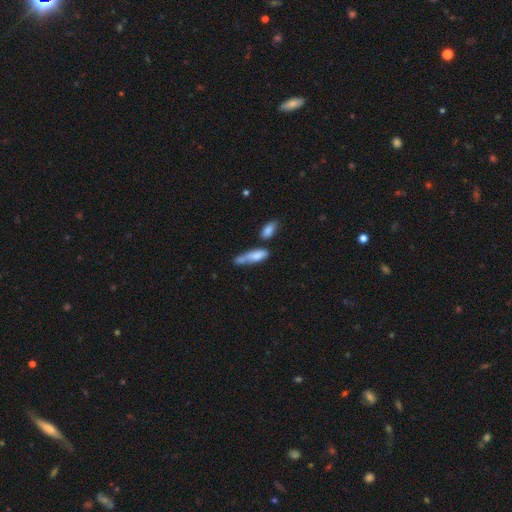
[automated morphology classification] smooth 71%, featured or disk 21%, star or artifact 8%. Down the decision tree: how rounded — cigar-shaped (49%); merging — merger (36%).